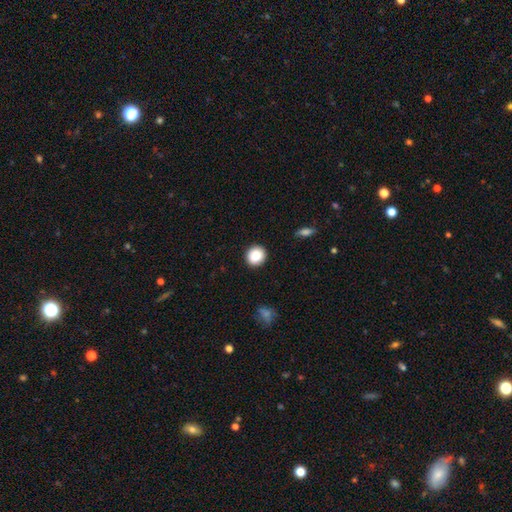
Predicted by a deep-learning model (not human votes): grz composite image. It shows a smooth galaxy with no disk features (87%) that is round (89%). Merging: none (91%).